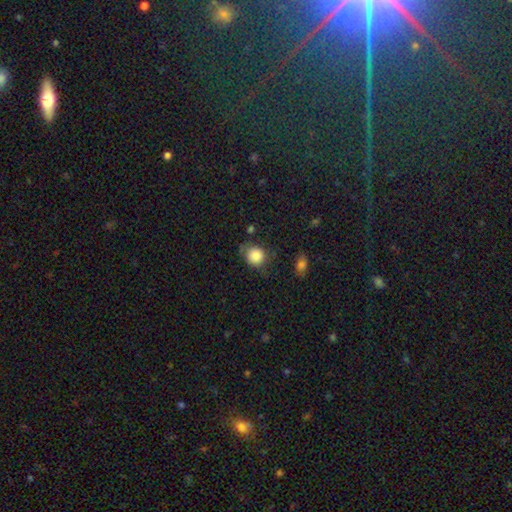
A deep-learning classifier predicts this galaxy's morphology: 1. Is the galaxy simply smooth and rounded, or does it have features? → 85% smooth, 9% star or artifact, 6% featured or disk.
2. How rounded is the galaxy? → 81% round, 18% in between, 1% cigar-shaped.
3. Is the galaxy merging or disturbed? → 67% none, 22% minor disturbance, 7% major disturbance, 4% merger.